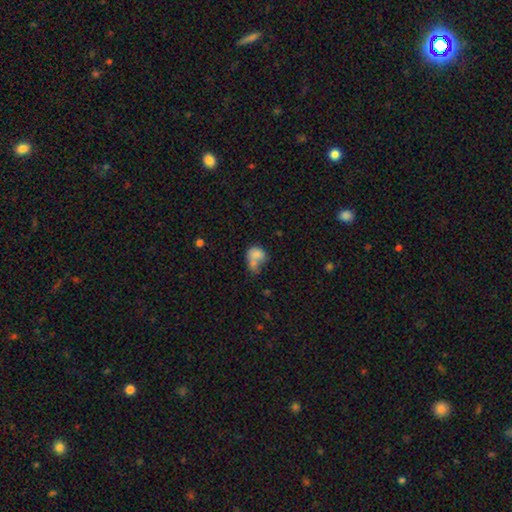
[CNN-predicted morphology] smooth-or-featured: smooth: 75% | featured or disk: 16% | star or artifact: 10%
  how-rounded: in between: 54% | round: 45% | cigar-shaped: 1%
  merging: merger: 52% | none: 23% | minor disturbance: 14% | major disturbance: 12%